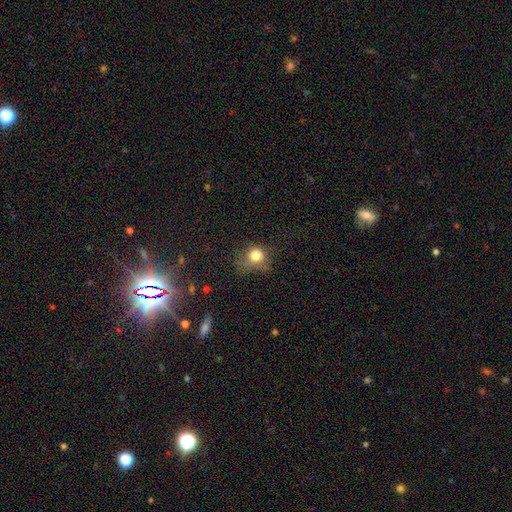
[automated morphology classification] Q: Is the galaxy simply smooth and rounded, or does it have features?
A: smooth — 78%.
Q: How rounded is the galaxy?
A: round — 75%.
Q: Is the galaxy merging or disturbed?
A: none — 42%.